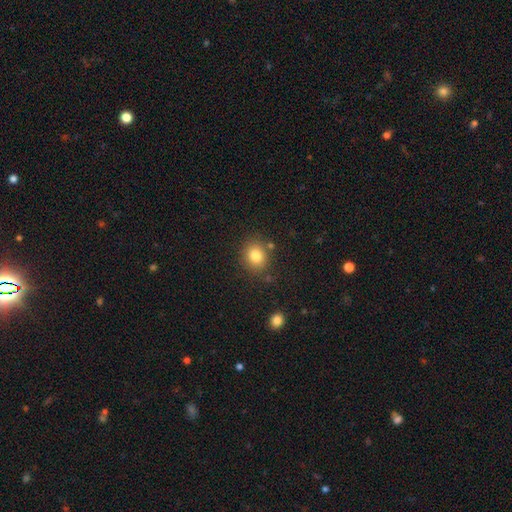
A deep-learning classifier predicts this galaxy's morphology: Smooth or featured? smooth (82%)
How rounded? round (71%)
Merging? none (81%)